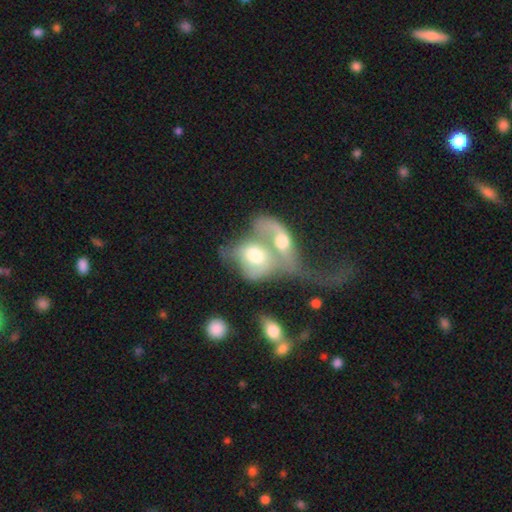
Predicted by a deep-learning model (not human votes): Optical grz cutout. It shows a featured or disk galaxy (49%). Merging: merger (78%).